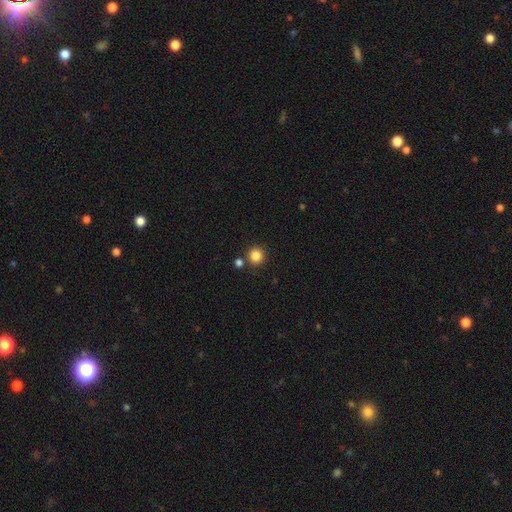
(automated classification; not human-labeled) This appears to be a smooth galaxy with no disk features (85%) that is round (94%). Merging: none (82%).